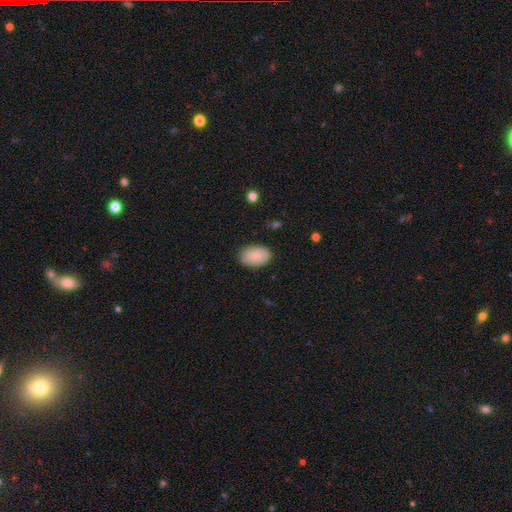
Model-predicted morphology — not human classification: type=smooth (88%); roundness=in between (91%); merging=none (86%).